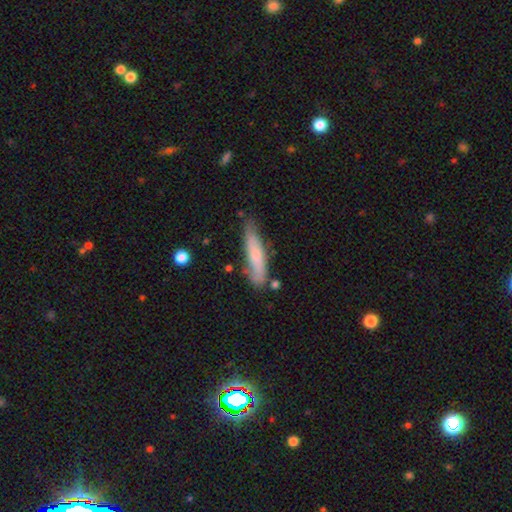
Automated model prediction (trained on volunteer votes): This appears to be a smooth galaxy with no disk features (66%) that is cigar-shaped (78%). Merging: none (65%).